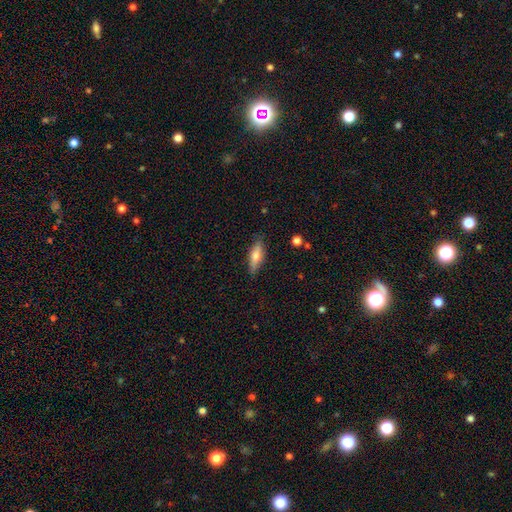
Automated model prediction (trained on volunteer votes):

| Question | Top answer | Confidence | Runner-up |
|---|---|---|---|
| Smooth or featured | smooth | 67% | featured or disk (27%) |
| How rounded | in between | 51% | cigar-shaped (47%) |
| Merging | none | 81% | minor disturbance (15%) |